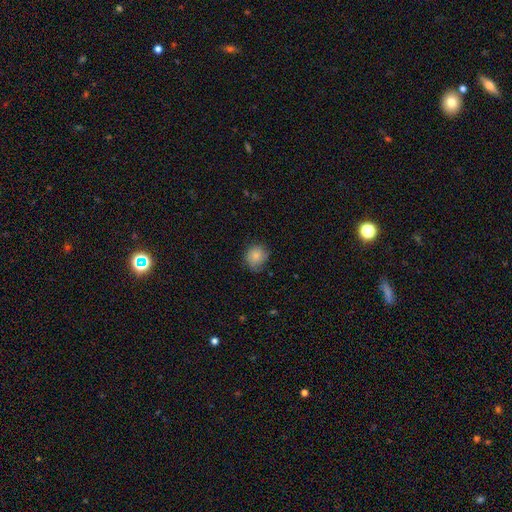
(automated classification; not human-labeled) Smooth or featured? Predicted: smooth (p=0.83). How rounded? Predicted: round (p=0.82). Merging? Predicted: none (p=0.69).